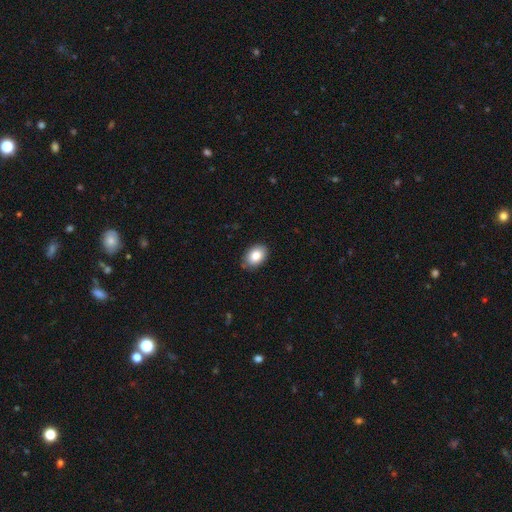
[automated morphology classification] This is clearly a smooth galaxy (85%). How rounded: clearly in between (80%). Merging: clearly none (83%).